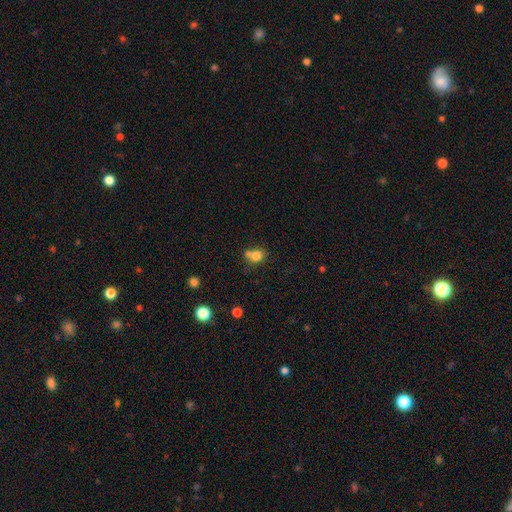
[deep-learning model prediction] Smooth or featured?
  - smooth: 78% *
  - star or artifact: 11%
  - featured or disk: 10%
How rounded?
  - round: 56% *
  - in between: 43%
  - cigar-shaped: 1%
Merging?
  - none: 42% *
  - merger: 38%
  - minor disturbance: 14%
  - major disturbance: 6%